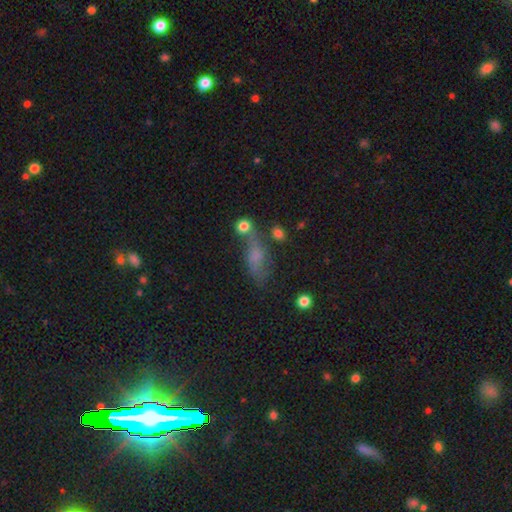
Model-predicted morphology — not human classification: Overall: smooth (50%; featured or disk 30%). How rounded: in between (59%; cigar-shaped 29%). Merging: none (48%; minor disturbance 23%).